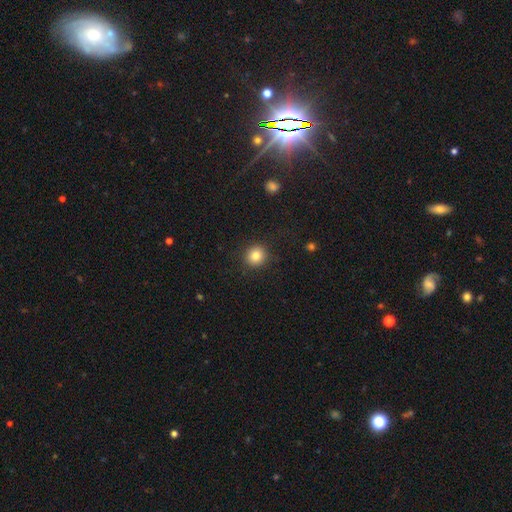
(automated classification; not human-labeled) Smooth or featured? smooth (82%)
How rounded? round (92%)
Merging? none (90%)